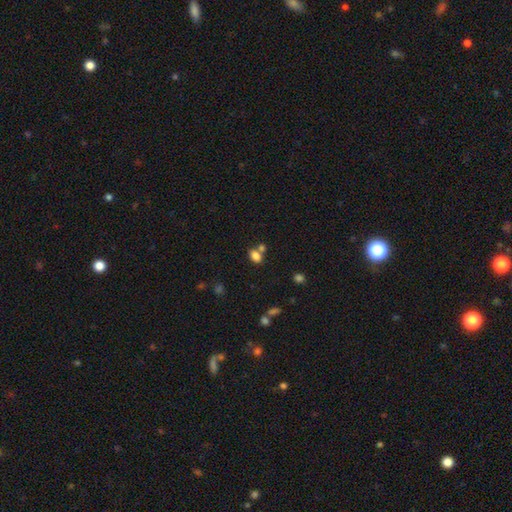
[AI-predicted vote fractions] The model was most divided on "merging": none: 53%, merger: 31%, minor disturbance: 11%, major disturbance: 4%. More confident: smooth or featured — smooth (81%); how rounded — in between (79%).